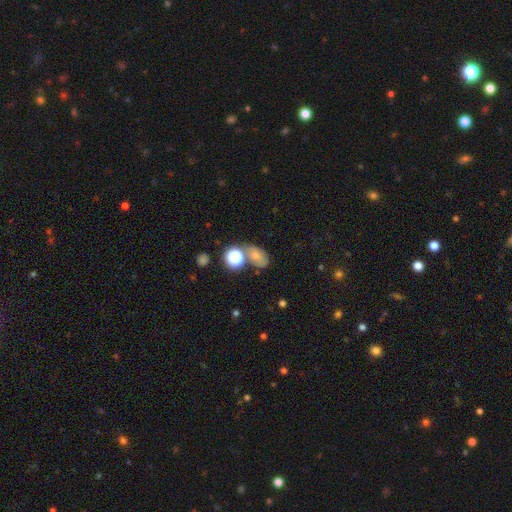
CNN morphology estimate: Q: Smooth or featured?
A: smooth (61%); runner-up: star or artifact (23%)
Q: How rounded?
A: in between (73%); runner-up: round (25%)
Q: Merging?
A: none (54%); runner-up: merger (20%)